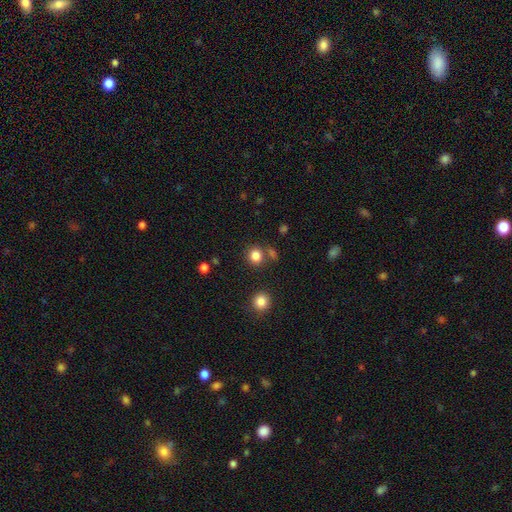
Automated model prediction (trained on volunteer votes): Smooth or featured: smooth — 82% (star or artifact — 13%)
How rounded: round — 84% (in between — 15%)
Merging: none — 76% (merger — 11%)